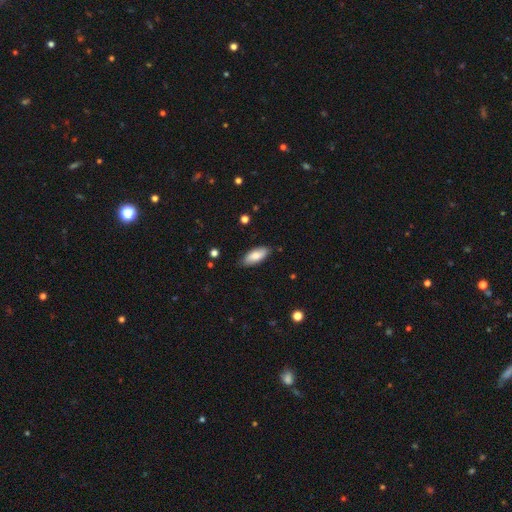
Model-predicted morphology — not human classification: A smooth galaxy with no disk features (80%) that is in between round and cigar-shaped (84%).

Vote fractions:
- Smooth or featured? smooth: 80% / featured or disk: 14% / star or artifact: 6%
- How rounded? in between: 84% / cigar-shaped: 14% / round: 2%
- Merging? none: 85% / minor disturbance: 12% / major disturbance: 2% / merger: 1%